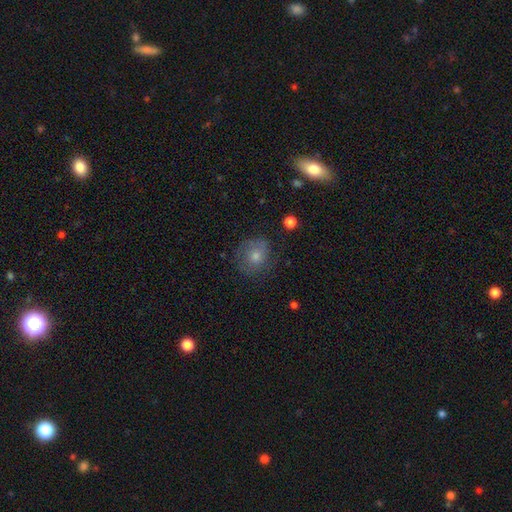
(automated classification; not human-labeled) smooth_or_featured: smooth (p=0.51) [alt: featured or disk p=0.32]
how_rounded: round (p=0.73) [alt: in between p=0.26]
merging: none (p=0.73) [alt: minor disturbance p=0.18]